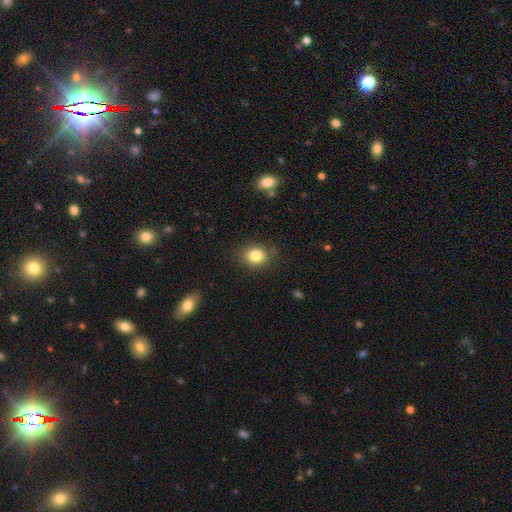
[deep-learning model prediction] This appears to be a smooth galaxy with no disk features (83%) that is round (55%). Merging: none (83%).